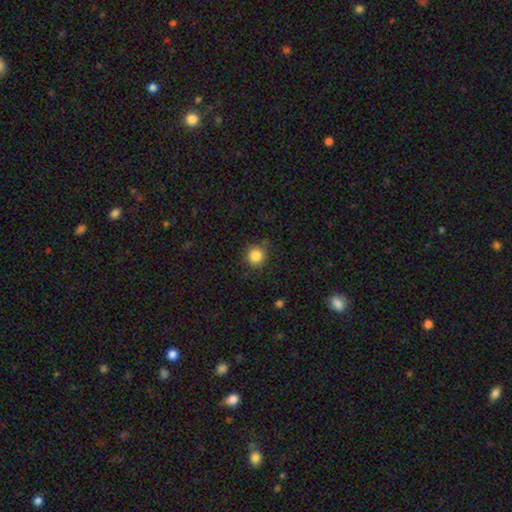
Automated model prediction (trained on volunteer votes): smooth 85%, star or artifact 11%, featured or disk 4%. Down the decision tree: how rounded — round (93%); merging — none (82%).